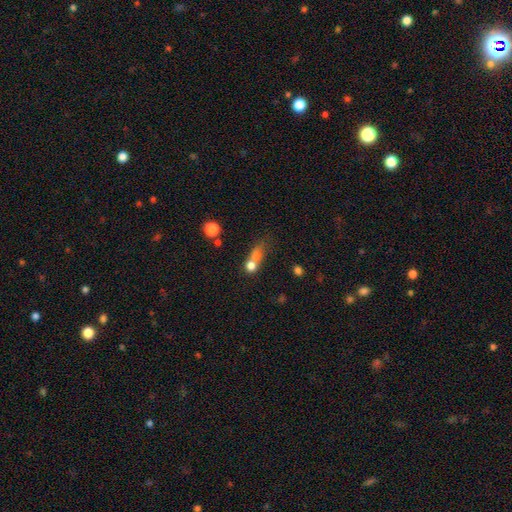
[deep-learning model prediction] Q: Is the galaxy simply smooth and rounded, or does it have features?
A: smooth — 66%.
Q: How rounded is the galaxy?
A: round — 50%.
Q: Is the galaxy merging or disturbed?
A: merger — 42%.